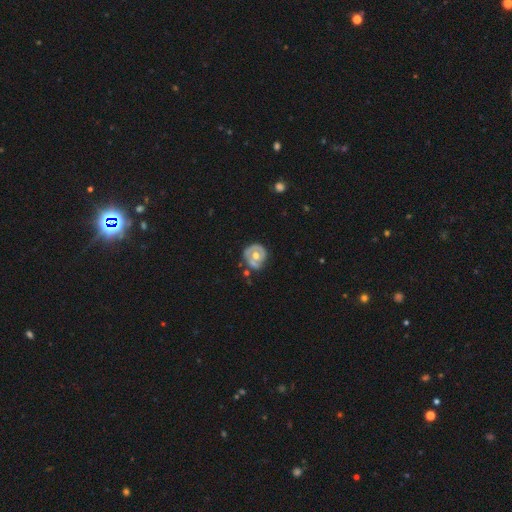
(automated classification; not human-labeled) Q: Smooth or featured?
A: featured or disk (64%); runner-up: smooth (31%)
Q: Edge-on disk?
A: no (97%); runner-up: yes (3%)
Q: Bar?
A: no (77%); runner-up: weak (18%)
Q: Spiral arms?
A: yes (52%); runner-up: no (48%)
Q: Bulge size?
A: moderate (79%); runner-up: small (10%)
Q: Merging?
A: none (60%); runner-up: minor disturbance (24%)